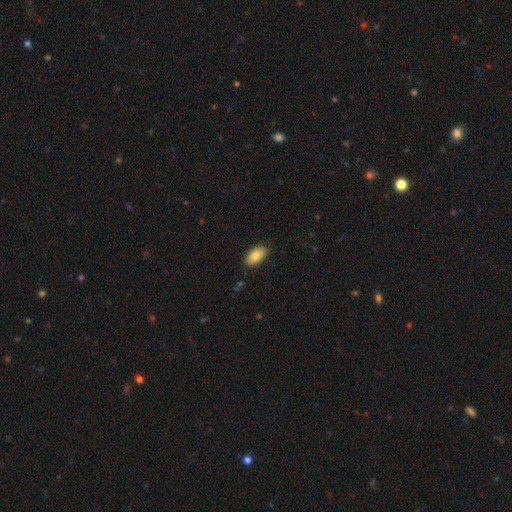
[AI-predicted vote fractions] Smooth or featured? smooth (84%)
How rounded? in between (94%)
Merging? none (87%)